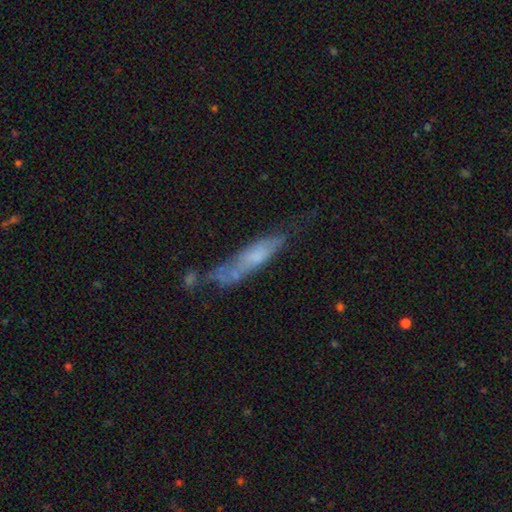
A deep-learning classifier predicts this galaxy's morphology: This is possibly a smooth galaxy (53%). How rounded: likely cigar-shaped (73%). Merging: marginally none (38%).